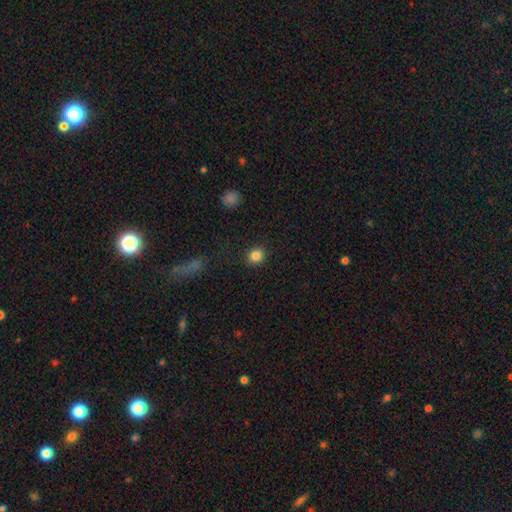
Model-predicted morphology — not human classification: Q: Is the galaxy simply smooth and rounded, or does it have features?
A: smooth — 84%.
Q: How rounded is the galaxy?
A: round — 84%.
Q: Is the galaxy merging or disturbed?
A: none — 90%.